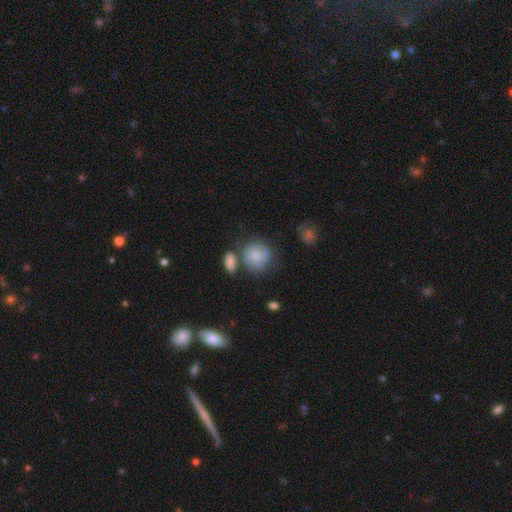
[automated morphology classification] A smooth galaxy with no disk features (78%) that is round (80%). Merging: none (58%).